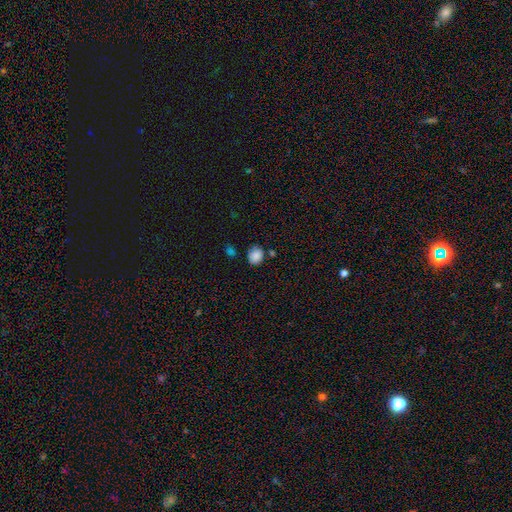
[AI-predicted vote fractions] Smooth or featured?
  - smooth: 86% *
  - star or artifact: 10%
  - featured or disk: 4%
How rounded?
  - round: 71% *
  - in between: 28%
  - cigar-shaped: 1%
Merging?
  - none: 71% *
  - minor disturbance: 18%
  - merger: 7%
  - major disturbance: 4%